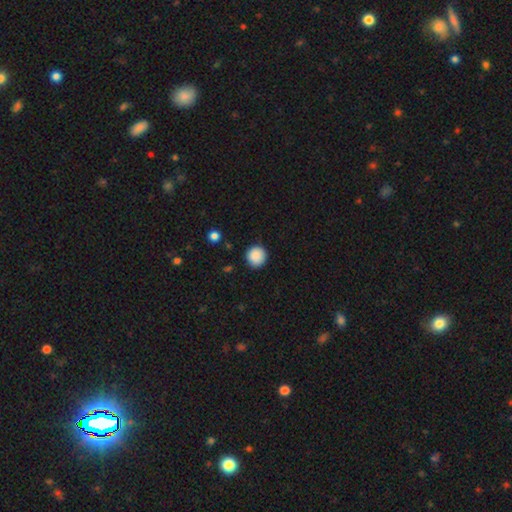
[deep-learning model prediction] Smooth or featured: smooth — 89% (star or artifact — 8%)
How rounded: round — 93% (in between — 6%)
Merging: none — 89% (minor disturbance — 8%)